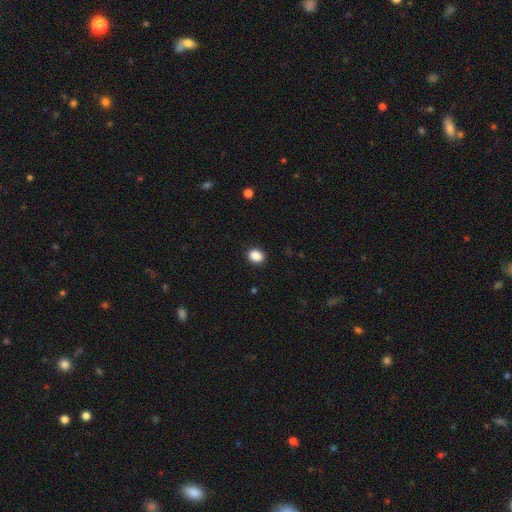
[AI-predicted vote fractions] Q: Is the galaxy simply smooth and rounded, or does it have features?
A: smooth — 89%.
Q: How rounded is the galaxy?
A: in between — 53%.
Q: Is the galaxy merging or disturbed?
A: none — 90%.